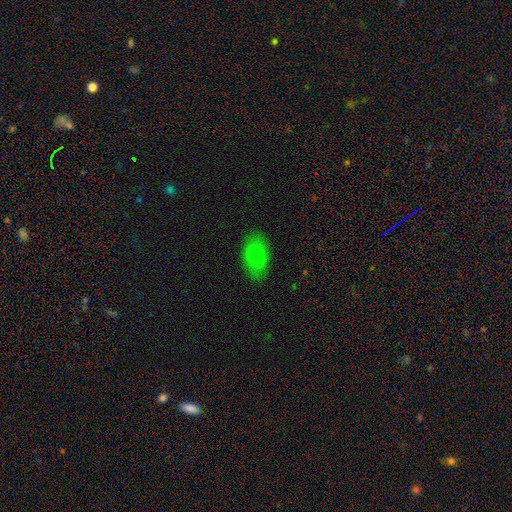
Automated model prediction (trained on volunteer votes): Q: Smooth or featured?
A: smooth (64%); runner-up: featured or disk (27%)
Q: How rounded?
A: in between (89%); runner-up: round (9%)
Q: Merging?
A: none (82%); runner-up: minor disturbance (13%)